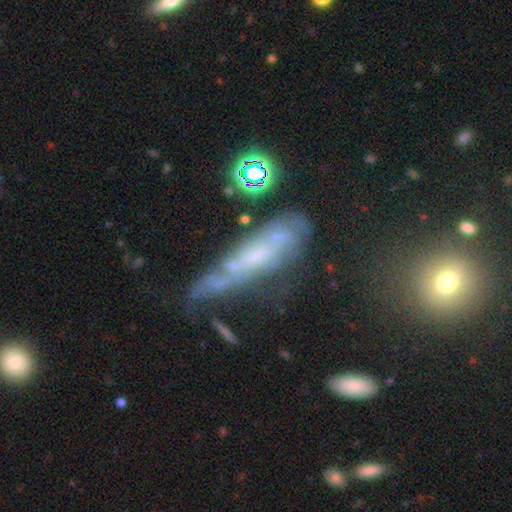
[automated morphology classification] type=featured or disk (63%); edge-on=no (62%); merging=none (42%).